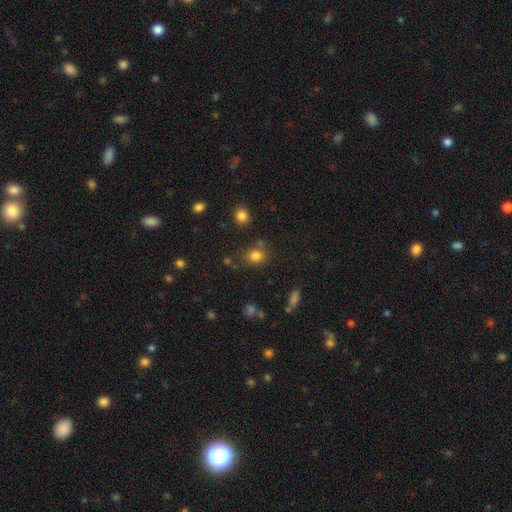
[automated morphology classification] This appears to be a smooth galaxy with no disk features (80%) that is round (62%). Merging: none (71%).